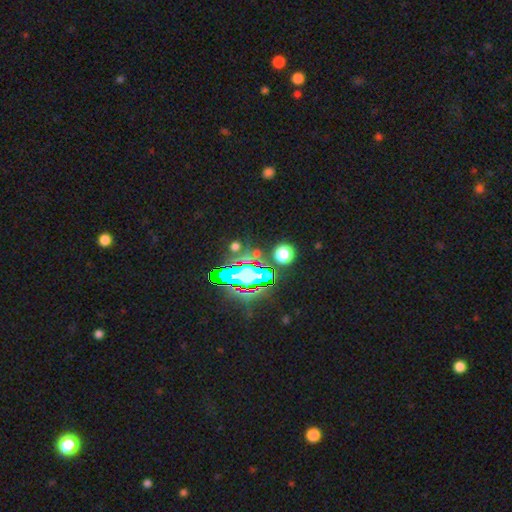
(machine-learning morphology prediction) smooth-or-featured: star or artifact: 64% | smooth: 22% | featured or disk: 14%